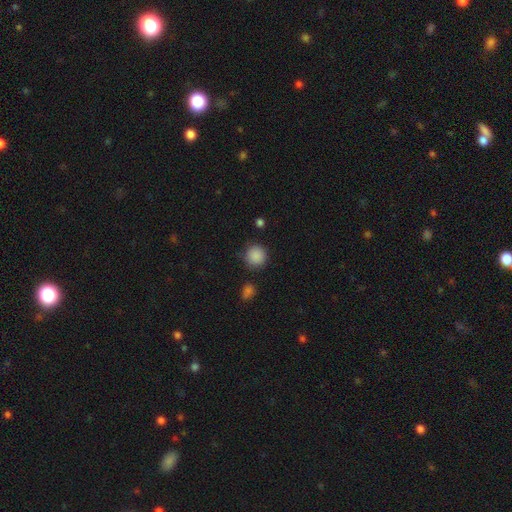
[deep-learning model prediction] This appears to be a smooth galaxy with no disk features (87%) that is round (92%). Merging: none (82%).